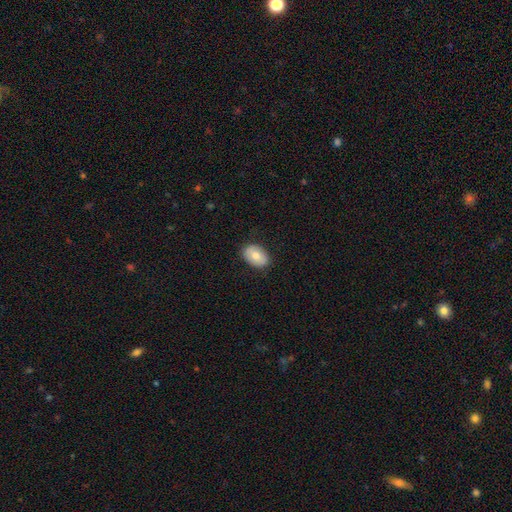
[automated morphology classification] The model was most divided on "smooth or featured": smooth: 75%, featured or disk: 18%, star or artifact: 7%. More confident: merging — none (85%); how rounded — in between (82%).